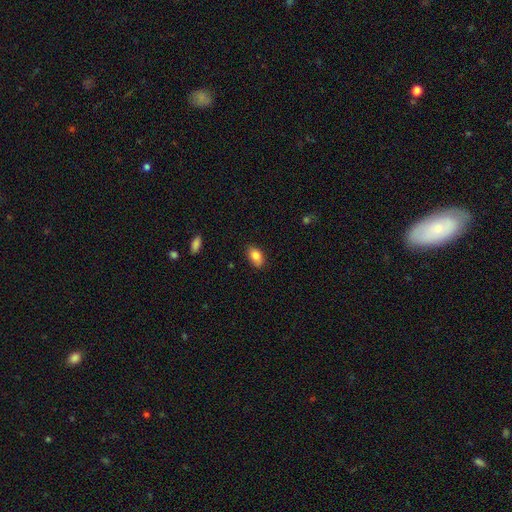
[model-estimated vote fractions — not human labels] The model was most divided on "merging": none: 81%, minor disturbance: 15%, major disturbance: 3%, merger: 1%. More confident: how rounded — in between (90%); smooth or featured — smooth (86%).